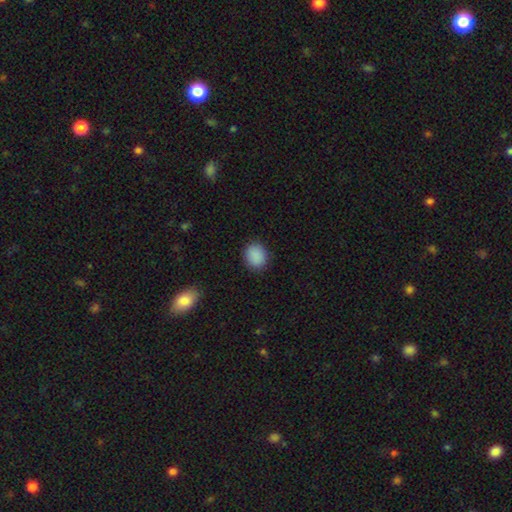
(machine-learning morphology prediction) This is clearly a smooth galaxy (88%). How rounded: possibly round (60%). Merging: clearly none (87%).